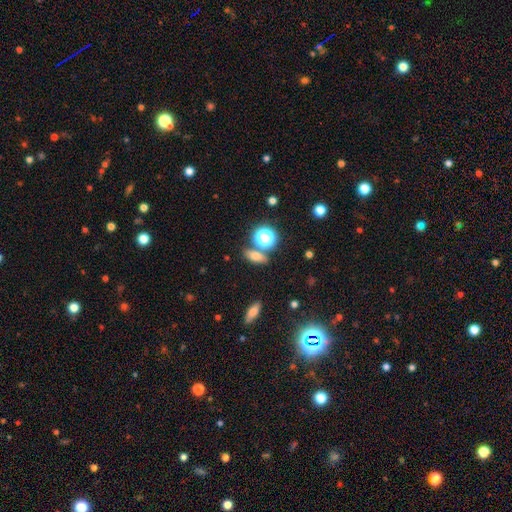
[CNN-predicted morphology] Q: Smooth or featured?
A: smooth (65%); runner-up: star or artifact (20%)
Q: How rounded?
A: in between (59%); runner-up: round (23%)
Q: Merging?
A: none (75%); runner-up: merger (12%)